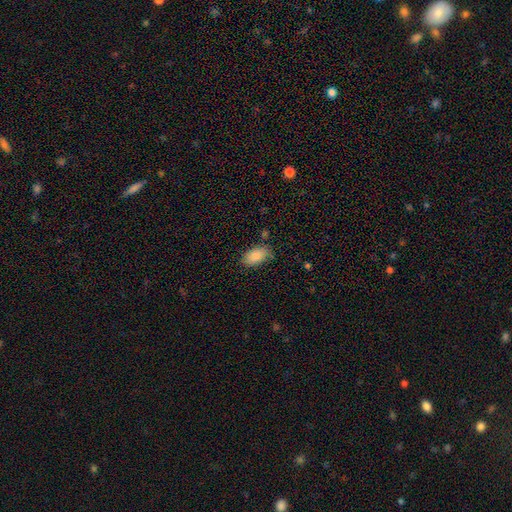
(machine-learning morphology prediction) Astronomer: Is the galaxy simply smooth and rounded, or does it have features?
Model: smooth — 86%.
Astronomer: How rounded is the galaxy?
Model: in between — 93%.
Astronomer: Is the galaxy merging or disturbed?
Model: none — 78%.